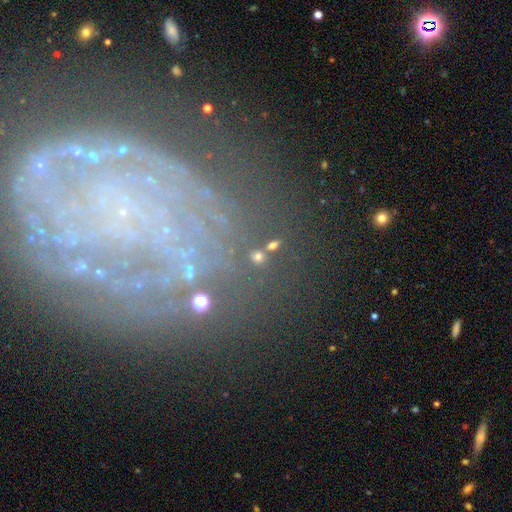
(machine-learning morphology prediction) Smooth or featured? featured or disk (59%)
Edge-on disk? no (95%)
Bar? no (75%)
Spiral arms? yes (65%)
Bulge size? small (52%)
Merging? none (68%)